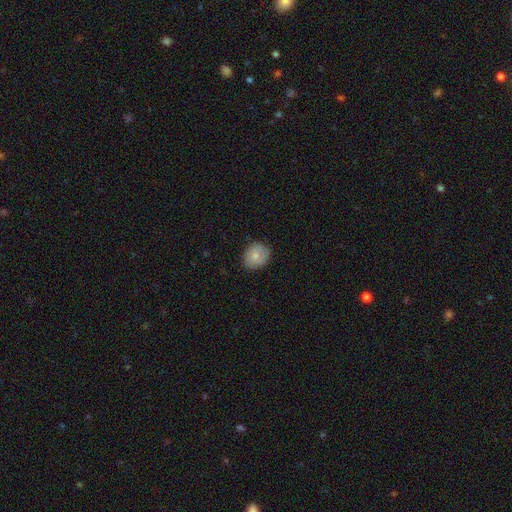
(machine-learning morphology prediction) Smooth or featured? Predicted: smooth (p=0.75). How rounded? Predicted: round (p=0.65). Merging? Predicted: none (p=0.79).